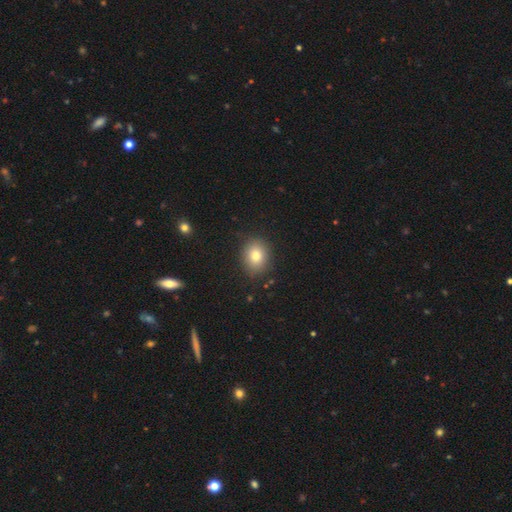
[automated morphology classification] Smooth or featured? Predicted: smooth (p=0.79). How rounded? Predicted: round (p=0.55). Merging? Predicted: none (p=0.87).